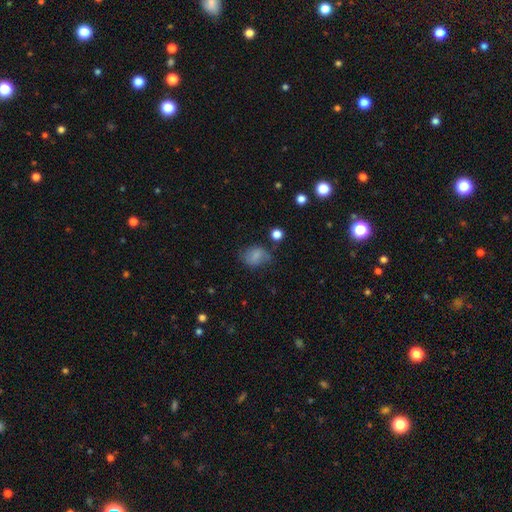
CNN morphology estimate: Smooth or featured: smooth — 70% (featured or disk — 18%)
How rounded: in between — 59% (round — 40%)
Merging: none — 56% (minor disturbance — 28%)